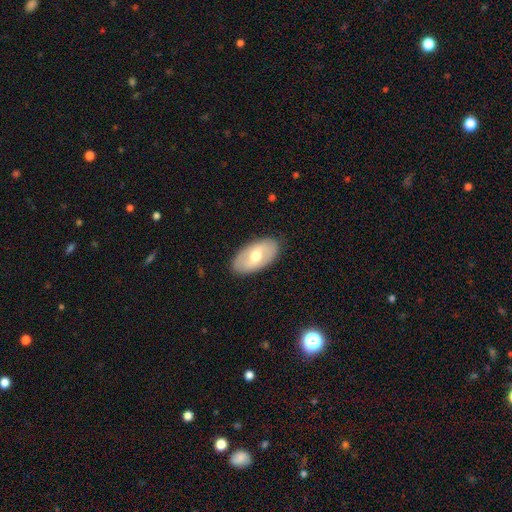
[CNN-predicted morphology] Smooth or featured?
  - smooth: 51% *
  - featured or disk: 44%
  - star or artifact: 5%
How rounded?
  - in between: 93% *
  - round: 5%
  - cigar-shaped: 2%
Merging?
  - none: 86% *
  - minor disturbance: 10%
  - major disturbance: 3%
  - merger: 1%